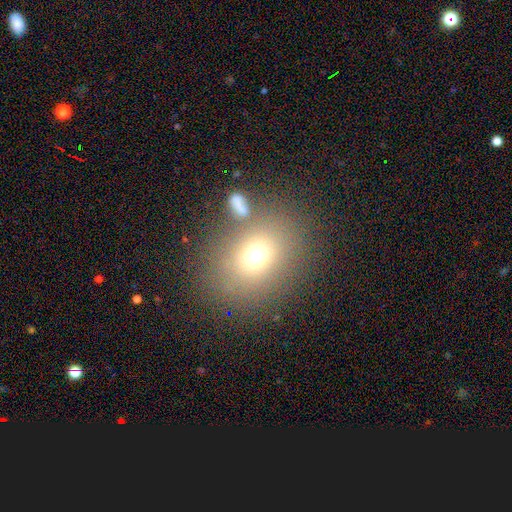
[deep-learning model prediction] Morphology: type=smooth (71%); roundness=round (51%); merging=none (65%).